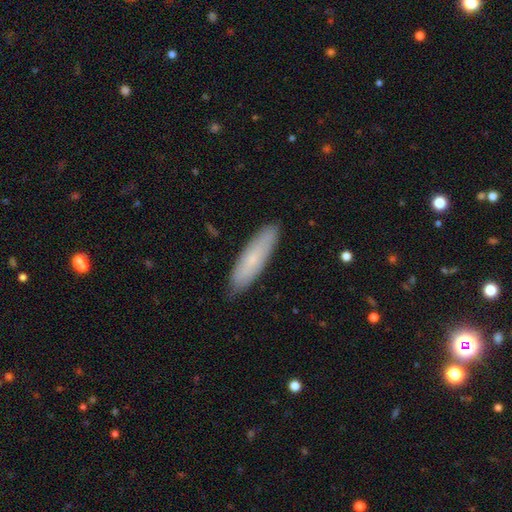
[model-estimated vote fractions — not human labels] Smooth or featured?
  - smooth: 64% *
  - featured or disk: 27%
  - star or artifact: 9%
How rounded?
  - cigar-shaped: 74% *
  - in between: 24%
  - round: 2%
Merging?
  - none: 89% *
  - minor disturbance: 8%
  - major disturbance: 2%
  - merger: 1%